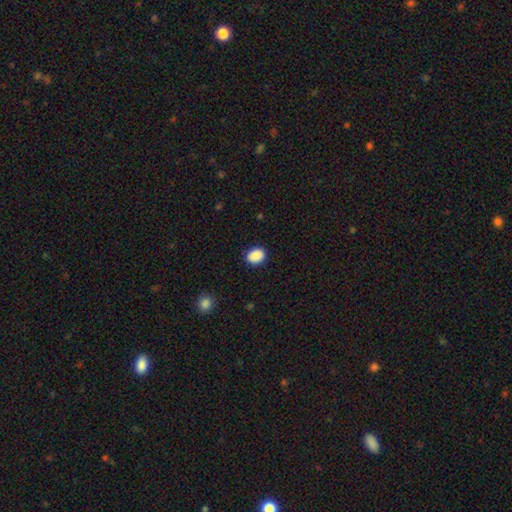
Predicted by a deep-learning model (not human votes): Smooth or featured? Predicted: smooth (p=0.90). How rounded? Predicted: in between (p=0.63). Merging? Predicted: none (p=0.88).